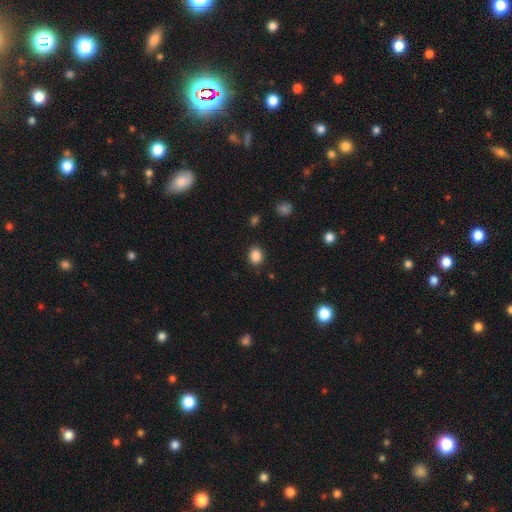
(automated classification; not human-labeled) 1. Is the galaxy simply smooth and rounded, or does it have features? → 86% smooth, 10% star or artifact, 4% featured or disk.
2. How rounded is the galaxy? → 58% round, 41% in between, 1% cigar-shaped.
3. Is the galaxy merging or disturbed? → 88% none, 8% minor disturbance, 2% major disturbance, 1% merger.